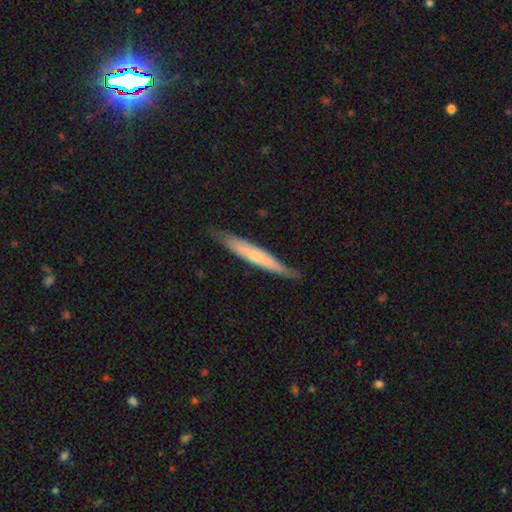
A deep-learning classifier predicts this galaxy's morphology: Overall: smooth (50%; featured or disk 45%). How rounded: cigar-shaped (94%). Merging: none (80%).